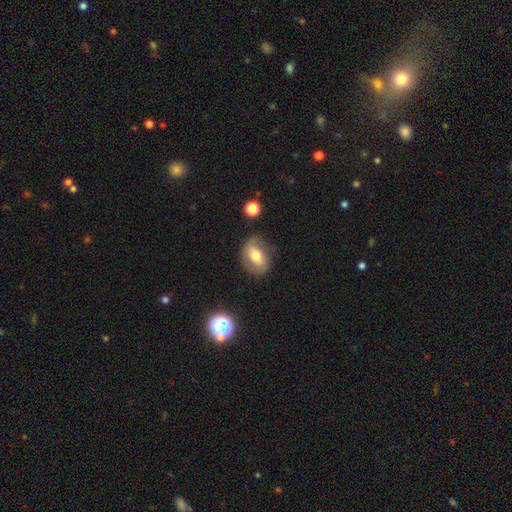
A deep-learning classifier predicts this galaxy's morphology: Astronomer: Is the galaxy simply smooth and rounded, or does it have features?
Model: featured or disk — 46% (runner-up: smooth, 45%).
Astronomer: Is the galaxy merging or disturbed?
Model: none — 69%.